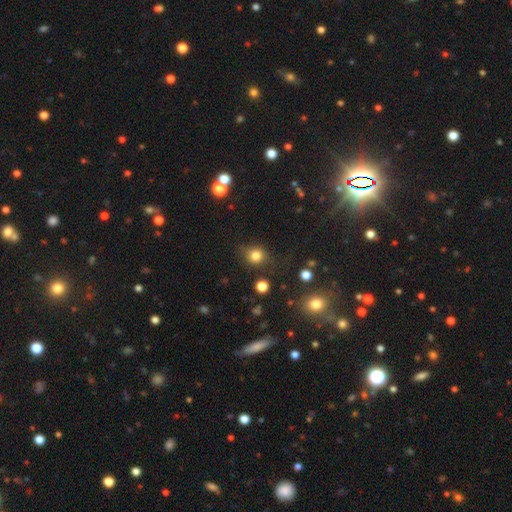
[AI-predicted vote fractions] smooth_or_featured: smooth (p=0.81) [alt: star or artifact p=0.13]
how_rounded: round (p=0.83) [alt: in between p=0.16]
merging: none (p=0.78) [alt: minor disturbance p=0.14]